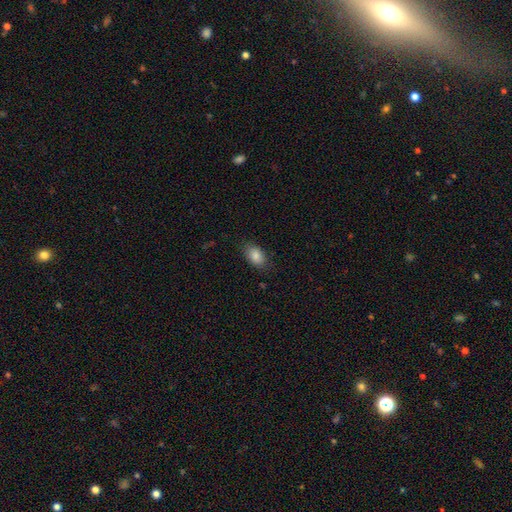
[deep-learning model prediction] Q: Smooth or featured?
A: smooth (85%); runner-up: star or artifact (8%)
Q: How rounded?
A: in between (88%); runner-up: round (10%)
Q: Merging?
A: none (81%); runner-up: minor disturbance (14%)